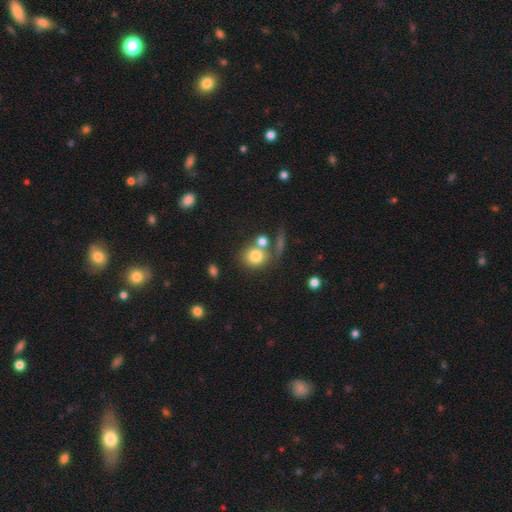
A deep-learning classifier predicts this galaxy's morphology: A smooth galaxy with no disk features (78%) that is round (78%).

Vote fractions:
- Smooth or featured? smooth: 78% / featured or disk: 11% / star or artifact: 10%
- How rounded? round: 78% / in between: 20% / cigar-shaped: 1%
- Merging? none: 52% / merger: 30% / minor disturbance: 12% / major disturbance: 7%